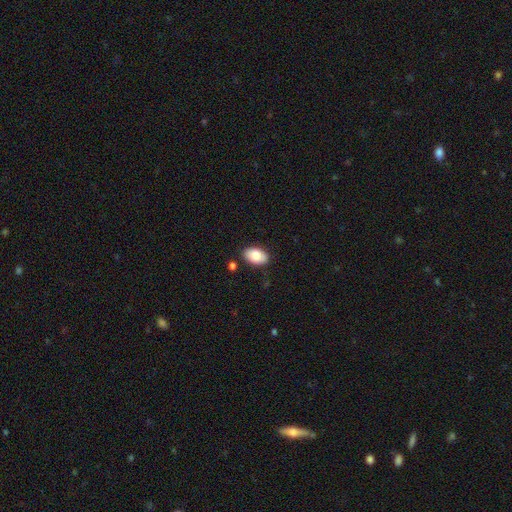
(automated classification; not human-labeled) smooth_or_featured: smooth (p=0.82) [alt: featured or disk p=0.11]
how_rounded: in between (p=0.92) [alt: round p=0.07]
merging: none (p=0.85) [alt: minor disturbance p=0.11]